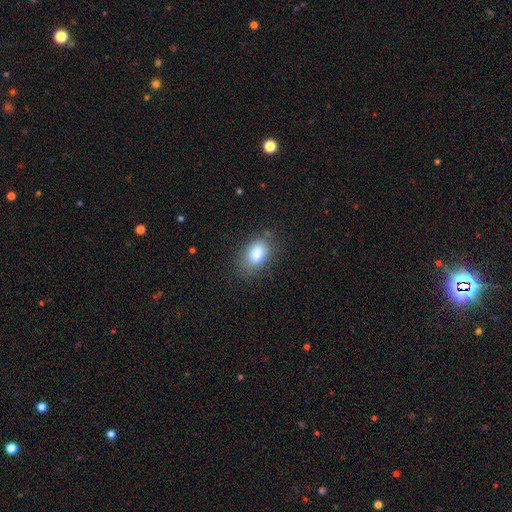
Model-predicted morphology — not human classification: Smooth or featured: smooth — 83% (star or artifact — 9%)
How rounded: in between — 83% (round — 16%)
Merging: none — 74% (minor disturbance — 19%)